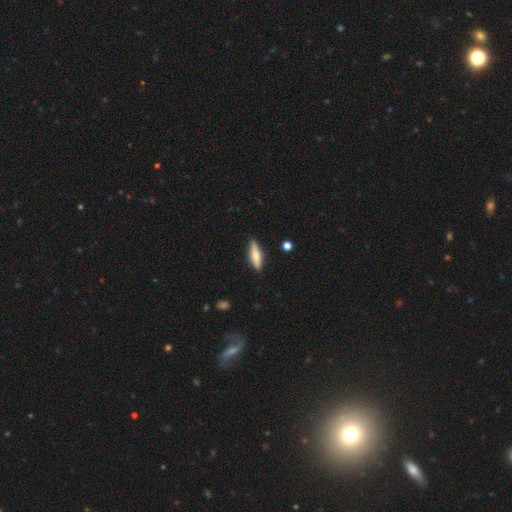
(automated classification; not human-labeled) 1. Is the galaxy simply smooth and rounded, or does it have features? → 62% smooth, 32% featured or disk, 6% star or artifact.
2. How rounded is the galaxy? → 64% cigar-shaped, 33% in between, 2% round.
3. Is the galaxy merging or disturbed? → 86% none, 10% minor disturbance, 2% major disturbance, 1% merger.